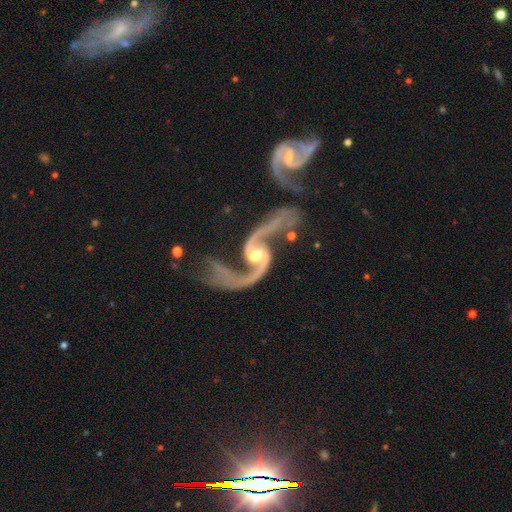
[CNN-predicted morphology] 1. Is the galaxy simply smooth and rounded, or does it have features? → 94% featured or disk, 4% star or artifact, 2% smooth.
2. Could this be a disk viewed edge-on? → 98% no, 2% yes.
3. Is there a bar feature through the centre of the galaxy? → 39% no, 38% weak, 24% strong.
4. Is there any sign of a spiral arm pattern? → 98% yes, 2% no.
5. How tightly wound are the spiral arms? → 80% loose, 16% medium, 4% tight.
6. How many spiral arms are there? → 95% 2, 1% 1, 1% can't tell, 1% 3, 1% 4, 1% more than 4.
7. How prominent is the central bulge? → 66% moderate, 25% small, 6% large, 2% none, 1% dominant.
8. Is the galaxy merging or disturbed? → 59% none, 18% minor disturbance, 16% major disturbance, 8% merger.